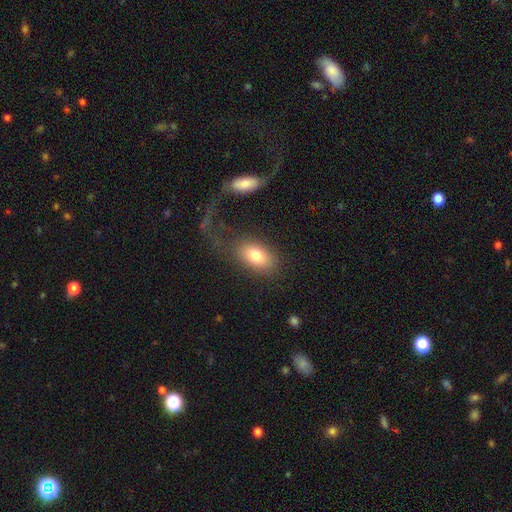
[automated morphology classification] smooth_or_featured: smooth (p=0.78) [alt: featured or disk p=0.13]
how_rounded: in between (p=0.88) [alt: round p=0.10]
merging: none (p=0.67) [alt: minor disturbance p=0.15]